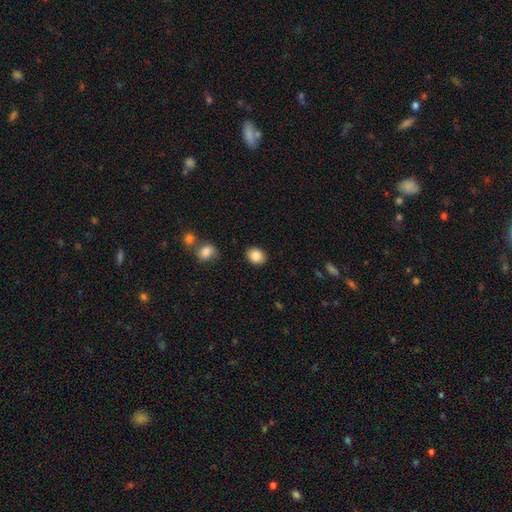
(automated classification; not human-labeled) Q: Smooth or featured?
A: smooth (85%); runner-up: star or artifact (8%)
Q: How rounded?
A: in between (50%); runner-up: round (49%)
Q: Merging?
A: none (88%); runner-up: minor disturbance (8%)